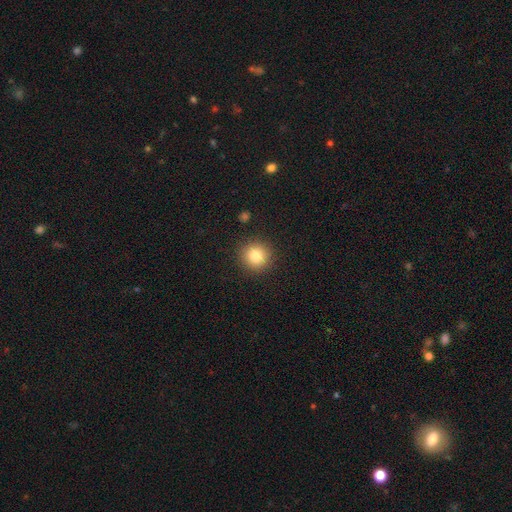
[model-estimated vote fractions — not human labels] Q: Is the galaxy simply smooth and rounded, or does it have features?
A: smooth — 81%.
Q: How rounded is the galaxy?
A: round — 93%.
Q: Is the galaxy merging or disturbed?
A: none — 90%.